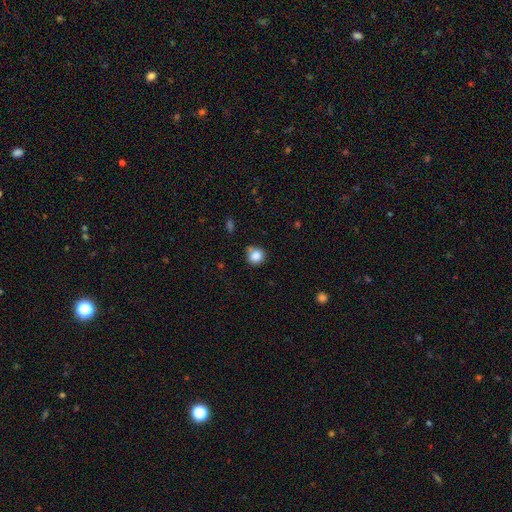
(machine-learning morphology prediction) type=smooth (85%); roundness=round (85%); merging=none (62%).